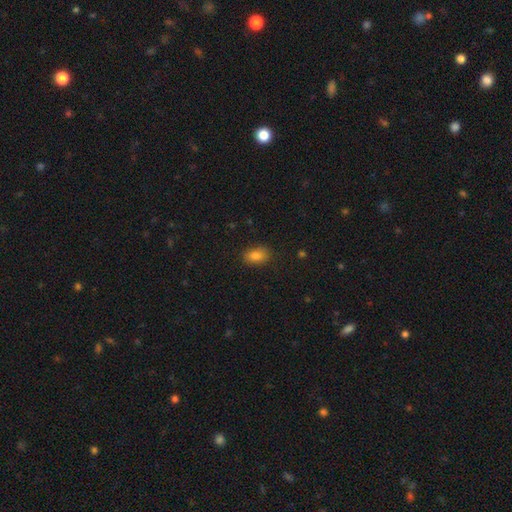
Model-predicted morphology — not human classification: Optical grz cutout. It shows a smooth galaxy with no disk features (83%) that is in between round and cigar-shaped (84%). Merging: none (84%).